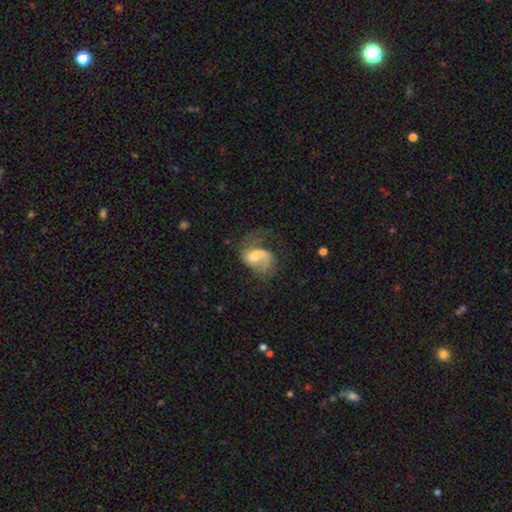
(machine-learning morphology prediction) featured or disk 64%, smooth 28%, star or artifact 8%. Down the decision tree: edge-on disk — no (98%); bar — no (54%); spiral arms — yes (81%); spiral arm count — 1 (46%); spiral winding — loose (52%); bulge size — moderate (47%); merging — major disturbance (42%).